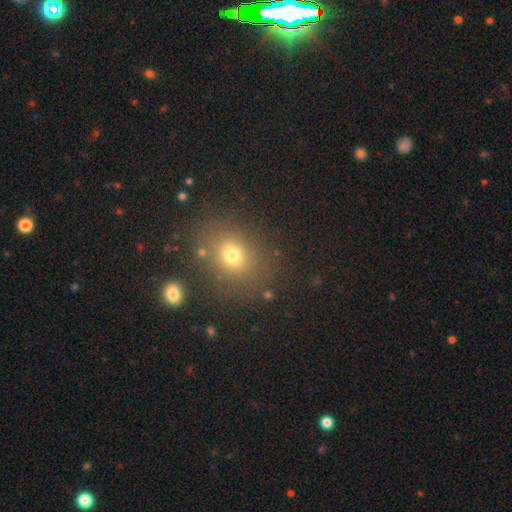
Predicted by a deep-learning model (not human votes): Morphology: type=smooth (63%); roundness=round (69%); merging=none (85%).